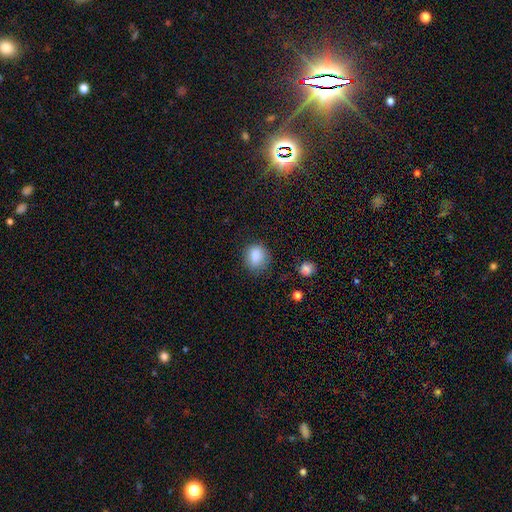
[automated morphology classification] This is clearly a smooth galaxy (85%). How rounded: likely round (64%). Merging: likely none (75%).